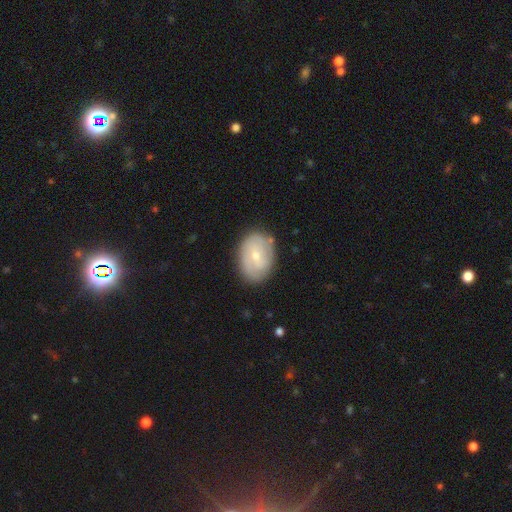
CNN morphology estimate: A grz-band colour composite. It shows a featured or disk galaxy (53%) with no bar (46%), spiral arms (66%) and a small central bulge (64%). Merging: none (79%).